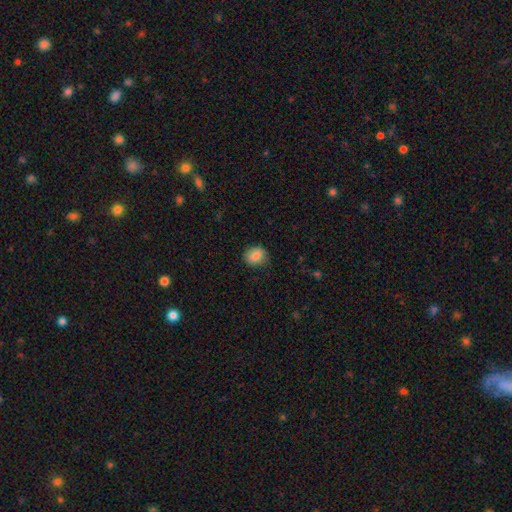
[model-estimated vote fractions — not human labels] Morphology: type=smooth (84%); roundness=round (66%); merging=none (83%).